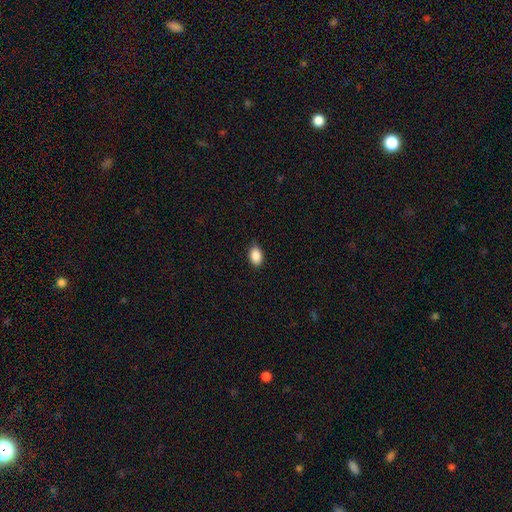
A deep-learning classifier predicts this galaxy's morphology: Smooth or featured? smooth (89%)
How rounded? in between (89%)
Merging? none (86%)